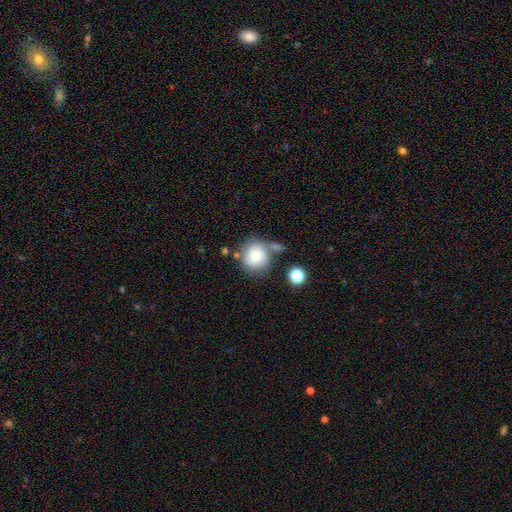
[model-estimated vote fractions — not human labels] smooth_or_featured: smooth (p=0.75) [alt: featured or disk p=0.17]
how_rounded: round (p=0.84) [alt: in between p=0.15]
merging: none (p=0.50) [alt: merger p=0.21]